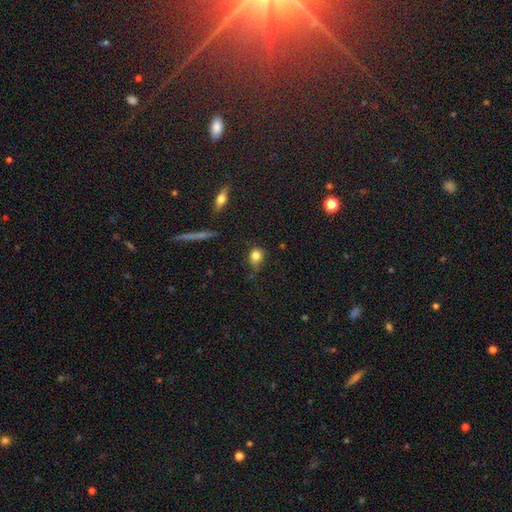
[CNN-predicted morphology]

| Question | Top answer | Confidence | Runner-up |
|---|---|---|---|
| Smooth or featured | smooth | 79% | star or artifact (12%) |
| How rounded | round | 61% | in between (36%) |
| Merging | none | 52% | minor disturbance (31%) |